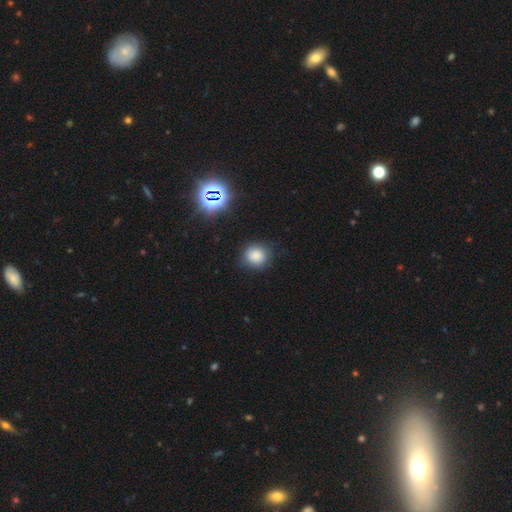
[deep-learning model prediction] This is clearly a smooth galaxy (82%). How rounded: clearly round (84%). Merging: clearly none (81%).